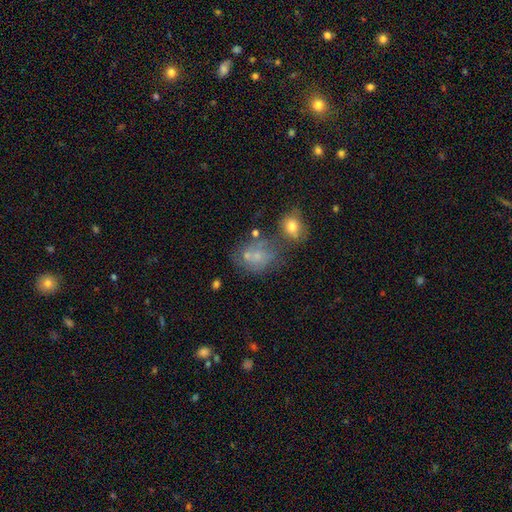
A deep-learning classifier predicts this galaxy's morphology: Q: Smooth or featured?
A: smooth (51%); runner-up: featured or disk (33%)
Q: How rounded?
A: in between (50%); runner-up: round (48%)
Q: Merging?
A: none (38%); runner-up: merger (25%)